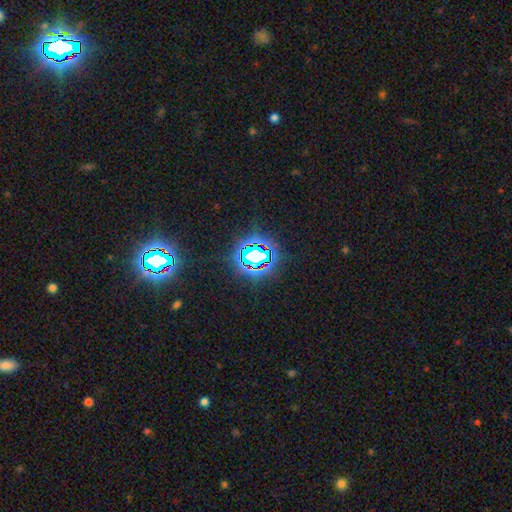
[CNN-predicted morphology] Smooth or featured? star or artifact (74%)